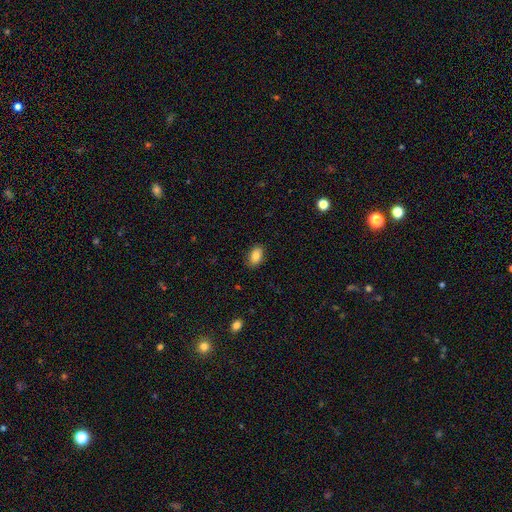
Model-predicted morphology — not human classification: Overall: smooth (83%). How rounded: in between (88%). Merging: none (84%).